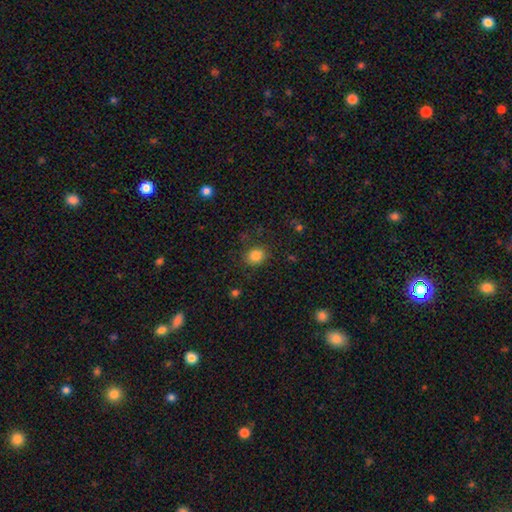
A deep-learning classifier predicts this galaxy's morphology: This is clearly a smooth galaxy (83%). How rounded: likely round (64%). Merging: clearly none (82%).